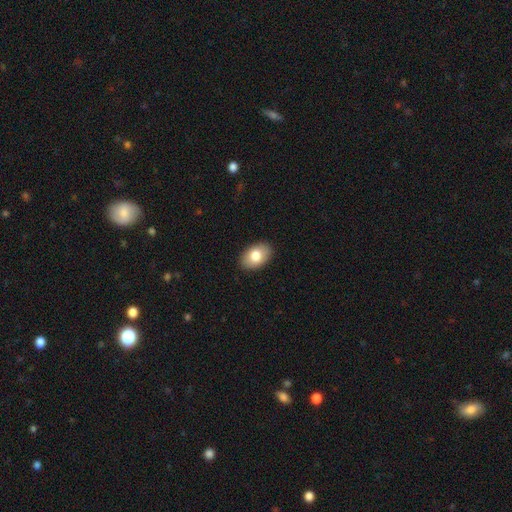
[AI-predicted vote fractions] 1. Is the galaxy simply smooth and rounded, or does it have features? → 80% smooth, 13% featured or disk, 7% star or artifact.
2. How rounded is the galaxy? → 90% in between, 9% round, 1% cigar-shaped.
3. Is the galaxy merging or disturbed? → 90% none, 8% minor disturbance, 2% major disturbance, 1% merger.